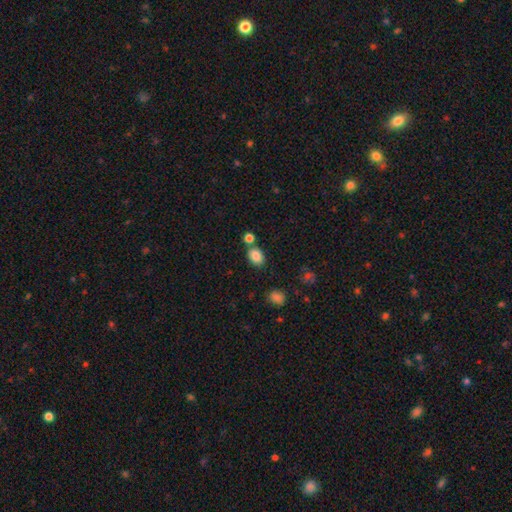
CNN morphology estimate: Q: Smooth or featured?
A: smooth (85%); runner-up: star or artifact (9%)
Q: How rounded?
A: in between (74%); runner-up: round (25%)
Q: Merging?
A: none (68%); runner-up: merger (17%)